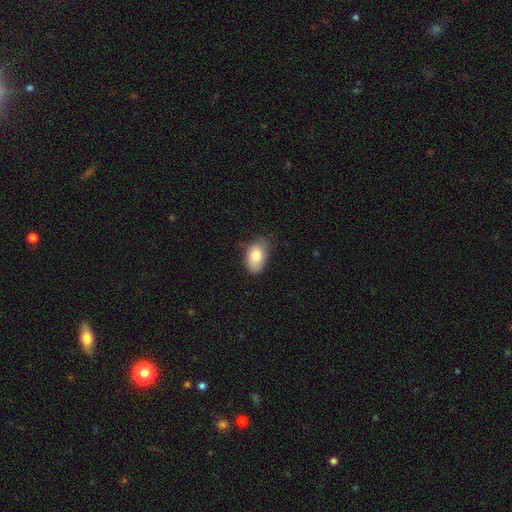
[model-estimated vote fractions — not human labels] Q: Smooth or featured?
A: smooth (80%); runner-up: featured or disk (13%)
Q: How rounded?
A: in between (89%); runner-up: round (10%)
Q: Merging?
A: none (62%); runner-up: minor disturbance (30%)